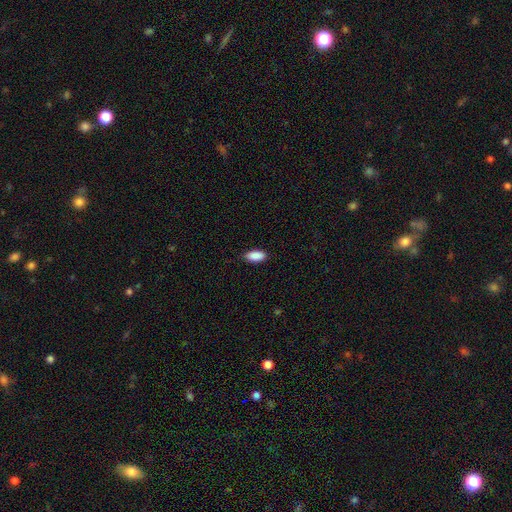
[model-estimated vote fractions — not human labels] This is clearly a smooth galaxy (90%). How rounded: clearly in between (90%). Merging: clearly none (84%).